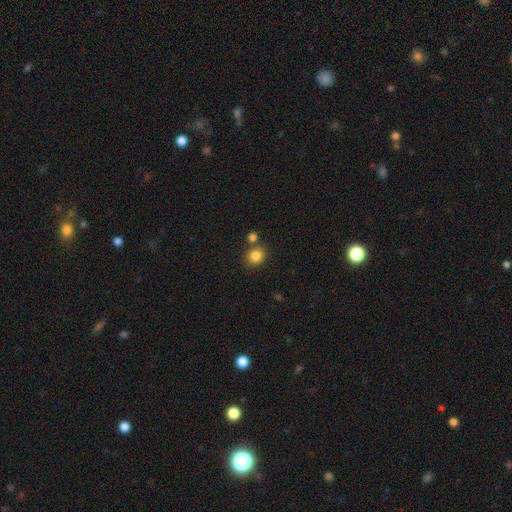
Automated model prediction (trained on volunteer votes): Overall: smooth (84%). How rounded: round (71%). Merging: none (72%).